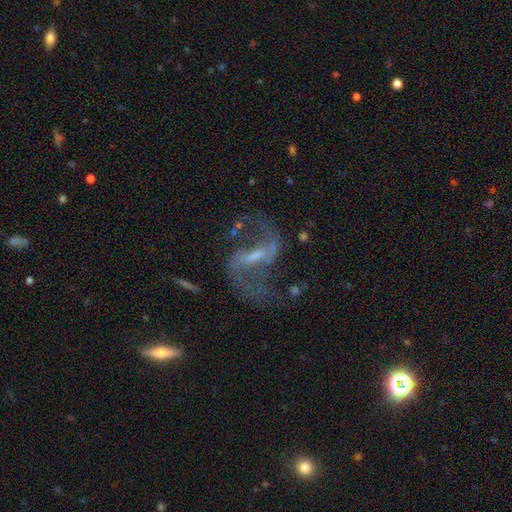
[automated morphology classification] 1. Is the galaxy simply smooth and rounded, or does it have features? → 89% featured or disk, 7% star or artifact, 4% smooth.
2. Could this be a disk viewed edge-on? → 97% no, 3% yes.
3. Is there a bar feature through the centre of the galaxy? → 46% weak, 42% strong, 12% no.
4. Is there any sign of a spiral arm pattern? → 96% yes, 4% no.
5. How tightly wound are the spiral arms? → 66% loose, 29% medium, 5% tight.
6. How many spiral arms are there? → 93% 2, 2% can't tell, 2% 1, 1% 3, 1% 4, 1% more than 4.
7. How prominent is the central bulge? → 47% small, 26% moderate, 23% none, 3% large, 1% dominant.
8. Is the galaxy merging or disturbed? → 67% none, 15% major disturbance, 14% minor disturbance, 4% merger.